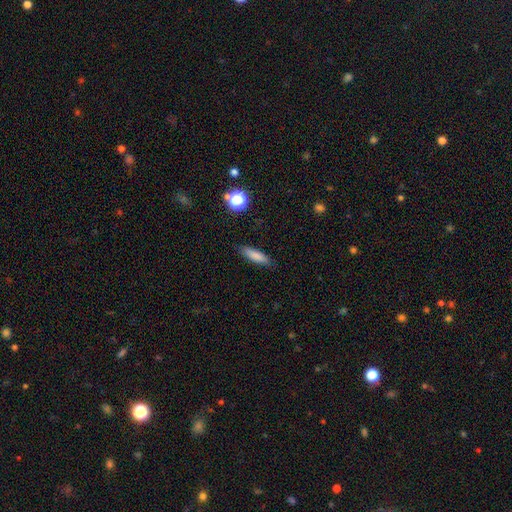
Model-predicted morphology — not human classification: smooth 81%, featured or disk 10%, star or artifact 9%. Down the decision tree: how rounded — cigar-shaped (67%); merging — none (85%).